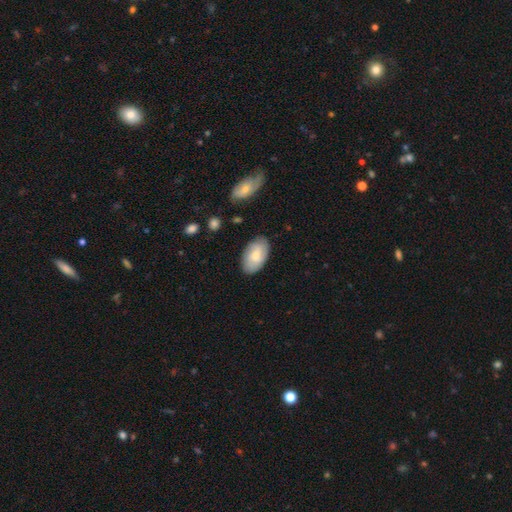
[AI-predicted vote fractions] Smooth or featured? smooth (76%)
How rounded? in between (95%)
Merging? none (82%)